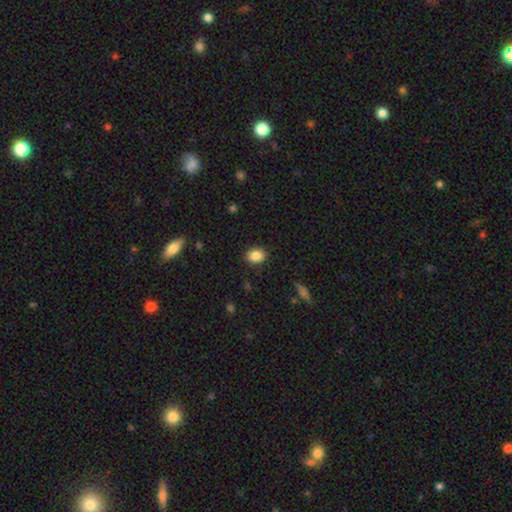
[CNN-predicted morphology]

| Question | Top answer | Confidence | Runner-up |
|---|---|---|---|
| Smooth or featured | smooth | 86% | star or artifact (9%) |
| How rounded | in between | 62% | round (37%) |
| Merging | none | 88% | minor disturbance (9%) |